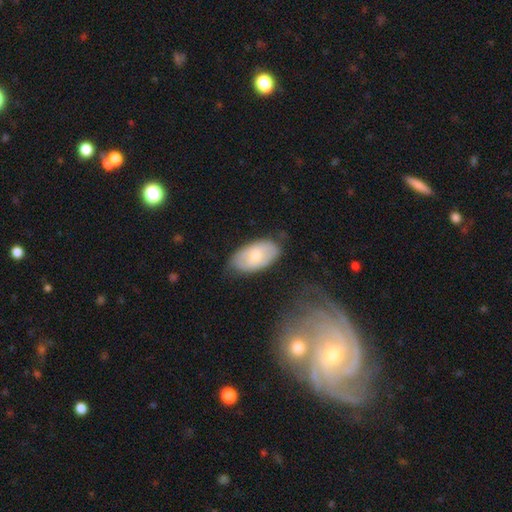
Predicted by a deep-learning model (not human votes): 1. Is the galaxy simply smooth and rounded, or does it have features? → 57% smooth, 38% featured or disk, 6% star or artifact.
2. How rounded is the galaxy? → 94% in between, 4% round, 2% cigar-shaped.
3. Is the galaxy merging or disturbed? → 74% none, 20% minor disturbance, 4% major disturbance, 2% merger.